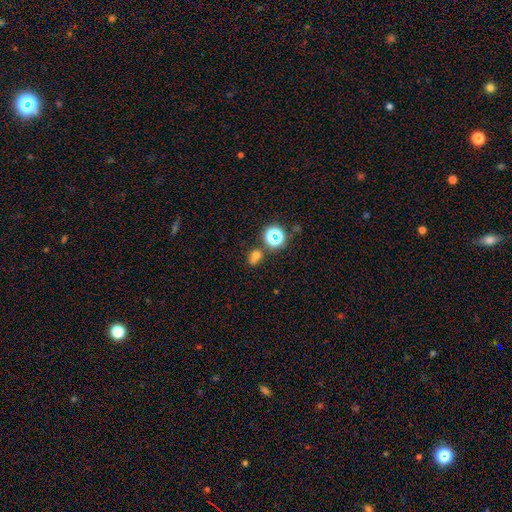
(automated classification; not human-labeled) This appears to be a smooth galaxy with no disk features (60%) that is round (69%). Merging: none (53%).